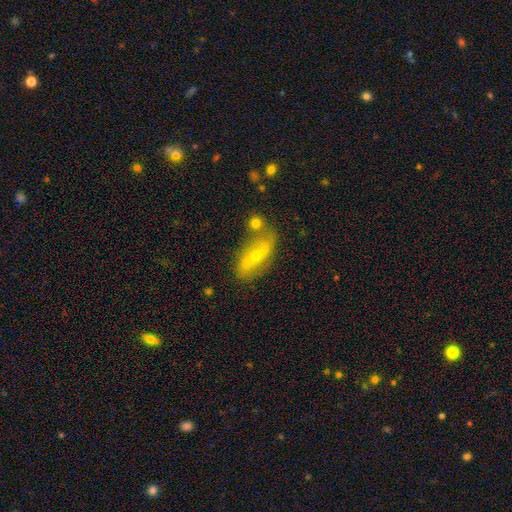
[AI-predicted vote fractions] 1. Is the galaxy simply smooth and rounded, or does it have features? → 64% featured or disk, 28% smooth, 8% star or artifact.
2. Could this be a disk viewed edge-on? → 80% no, 20% yes.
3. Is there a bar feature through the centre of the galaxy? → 43% strong, 30% weak, 27% no.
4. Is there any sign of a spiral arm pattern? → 72% yes, 28% no.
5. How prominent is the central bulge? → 66% small, 29% moderate, 2% none, 1% large, 1% dominant.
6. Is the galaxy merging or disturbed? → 70% none, 17% minor disturbance, 8% merger, 5% major disturbance.